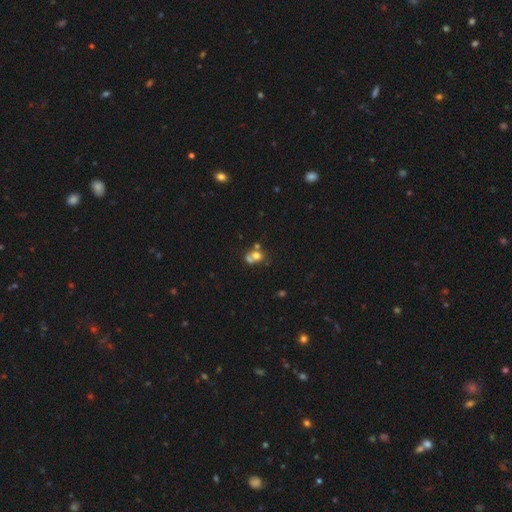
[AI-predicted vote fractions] This appears to be a smooth galaxy with no disk features (62%) that is round (65%). Merging: merger (53%).